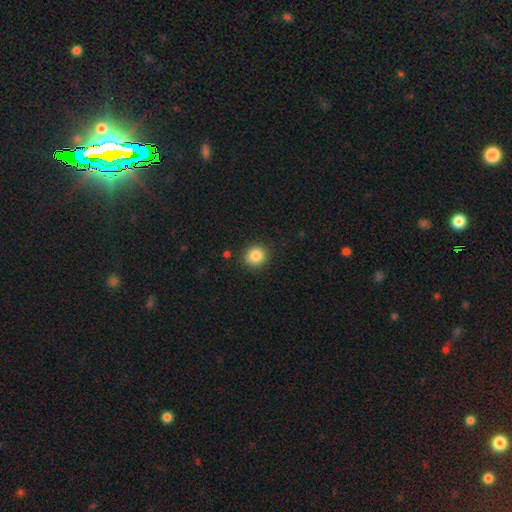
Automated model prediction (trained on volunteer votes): Smooth or featured: smooth — 85% (star or artifact — 10%)
How rounded: round — 83% (in between — 16%)
Merging: none — 88% (minor disturbance — 8%)